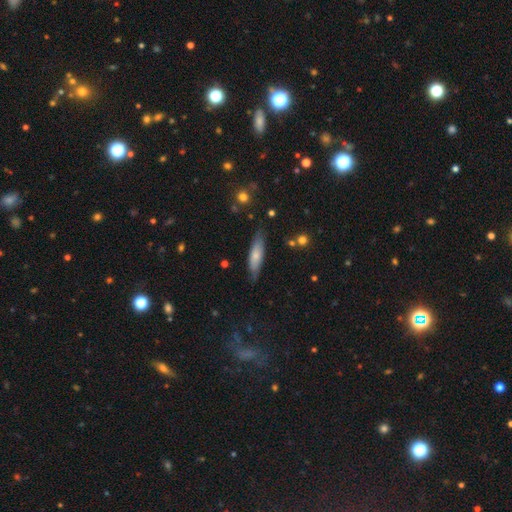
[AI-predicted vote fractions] Overall: smooth (67%; featured or disk 27%). How rounded: cigar-shaped (60%; in between 39%). Merging: none (77%).